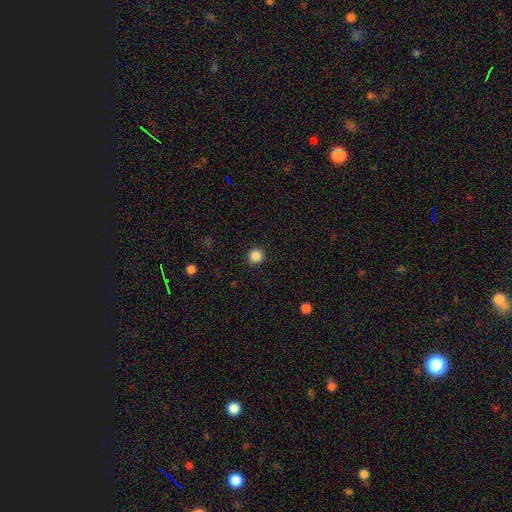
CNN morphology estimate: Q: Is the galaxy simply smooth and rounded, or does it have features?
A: smooth — 87%.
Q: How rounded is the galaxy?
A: round — 95%.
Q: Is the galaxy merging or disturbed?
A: none — 93%.